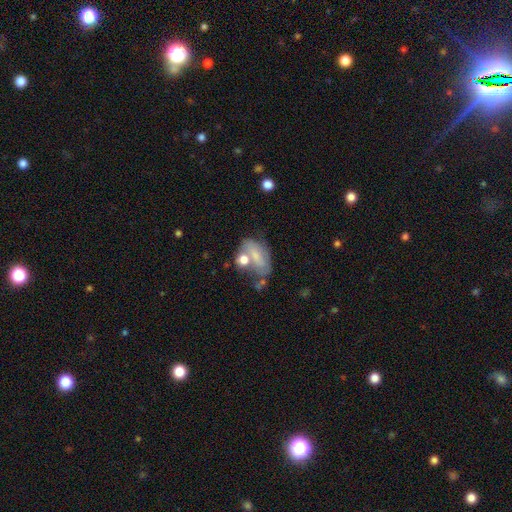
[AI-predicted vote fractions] Morphology: type=smooth (57%); roundness=in between (84%); merging=none (36%).